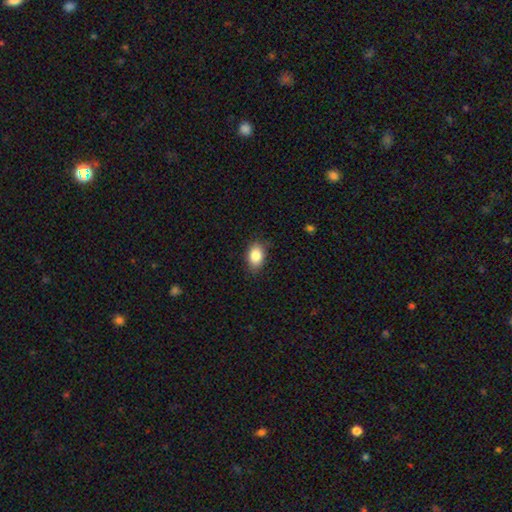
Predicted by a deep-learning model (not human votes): A smooth galaxy with no disk features (86%) that is in between round and cigar-shaped (83%).

Vote fractions:
- Smooth or featured? smooth: 86% / star or artifact: 8% / featured or disk: 6%
- How rounded? in between: 83% / round: 15% / cigar-shaped: 2%
- Merging? none: 83% / minor disturbance: 13% / major disturbance: 3% / merger: 1%